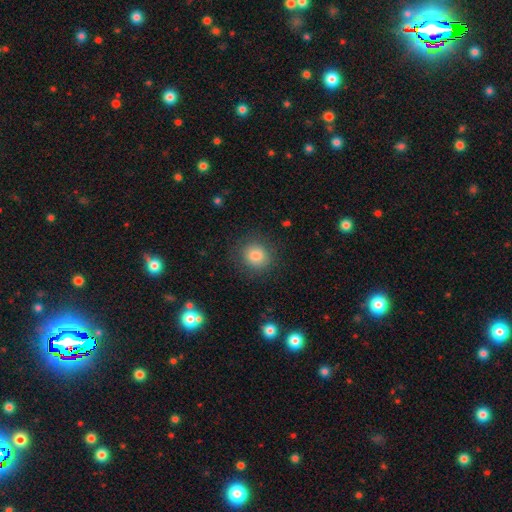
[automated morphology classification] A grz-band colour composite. It shows a smooth galaxy with no disk features (83%) that is round (84%). Merging: none (85%).